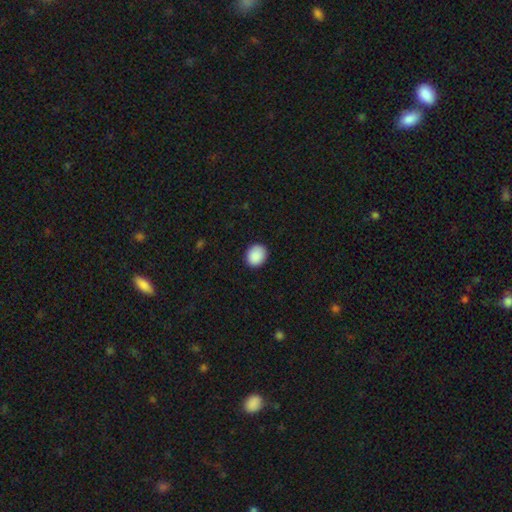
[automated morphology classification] This appears to be a smooth galaxy with no disk features (90%) that is round (69%). Merging: none (89%).